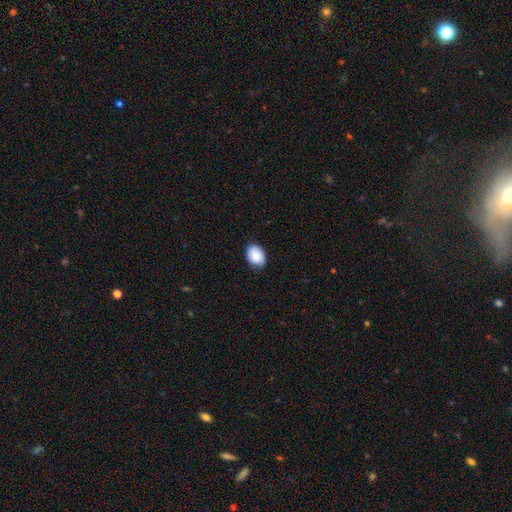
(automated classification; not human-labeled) A smooth galaxy with no disk features (87%) that is in between round and cigar-shaped (73%). Merging: none (82%).